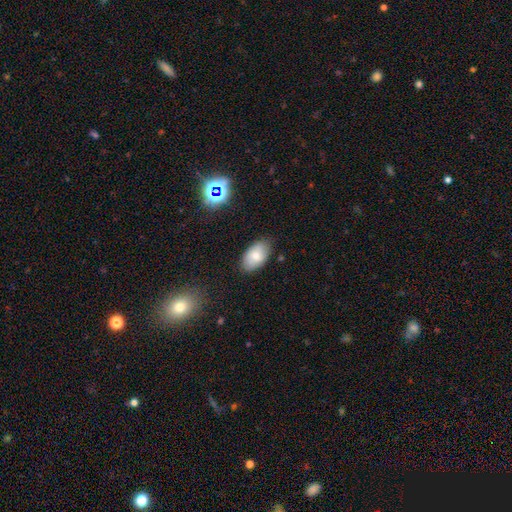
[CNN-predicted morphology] Smooth or featured: smooth — 71% (featured or disk — 20%)
How rounded: in between — 93% (round — 6%)
Merging: none — 81% (minor disturbance — 15%)